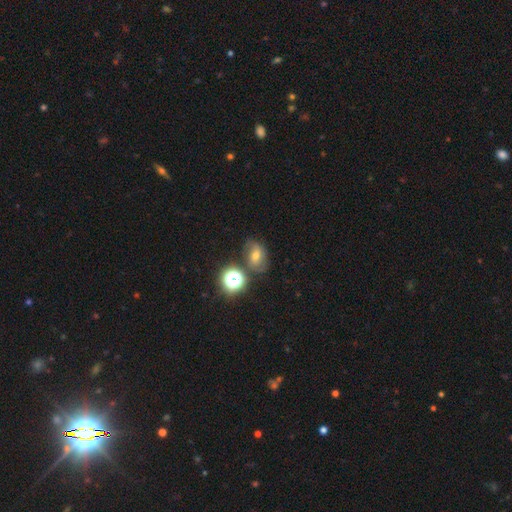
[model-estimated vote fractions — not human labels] Smooth or featured?
  - smooth: 37% *
  - featured or disk: 36%
  - star or artifact: 27%
Merging?
  - none: 68% *
  - minor disturbance: 17%
  - merger: 8%
  - major disturbance: 7%